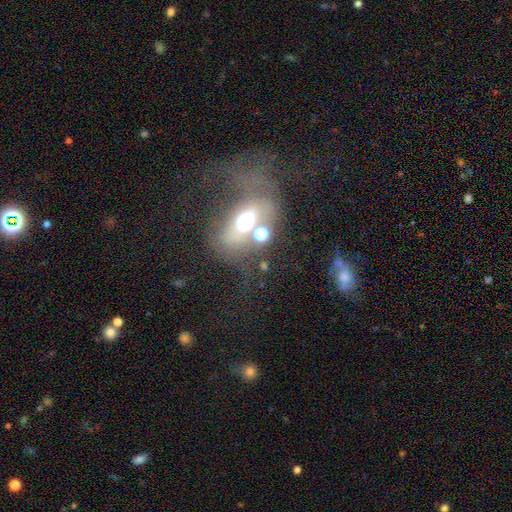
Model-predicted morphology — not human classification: A featured or disk galaxy (49%).

Vote fractions:
- Smooth or featured? featured or disk: 49% / smooth: 33% / star or artifact: 18%
- Merging? major disturbance: 37% / merger: 31% / none: 20% / minor disturbance: 13%